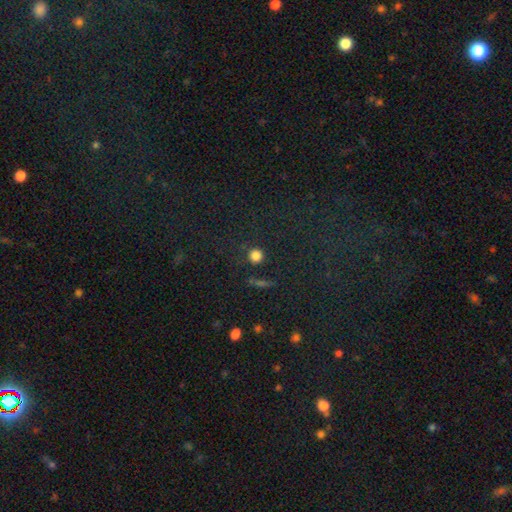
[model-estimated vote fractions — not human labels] Overall: smooth (81%). How rounded: round (92%). Merging: none (83%).